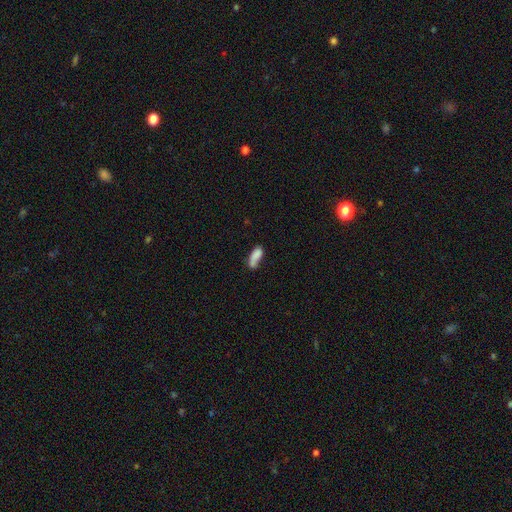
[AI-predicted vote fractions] smooth 76%, featured or disk 15%, star or artifact 9%. Down the decision tree: how rounded — in between (73%); merging — none (38%).